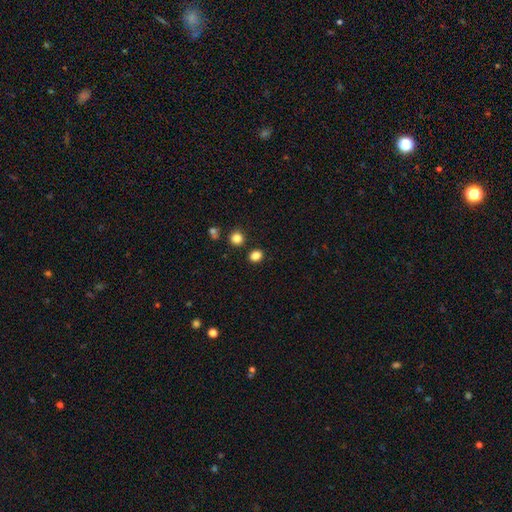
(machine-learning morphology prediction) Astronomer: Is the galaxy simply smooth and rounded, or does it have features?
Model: smooth — 84%.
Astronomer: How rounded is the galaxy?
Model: round — 61% (runner-up: in between, 38%).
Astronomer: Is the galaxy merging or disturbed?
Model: none — 85%.